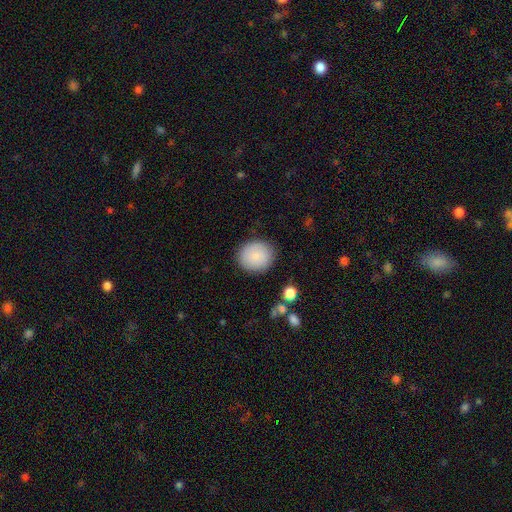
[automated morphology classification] smooth 85%, featured or disk 8%, star or artifact 7%. Down the decision tree: how rounded — round (82%); merging — none (87%).